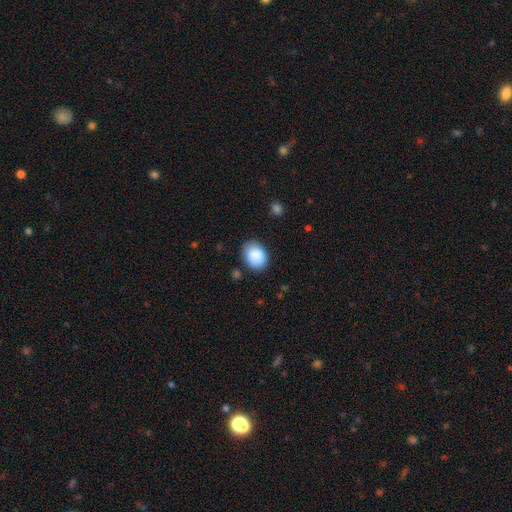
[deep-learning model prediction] A smooth galaxy with no disk features (88%) that is in between round and cigar-shaped (61%).

Vote fractions:
- Smooth or featured? smooth: 88% / star or artifact: 7% / featured or disk: 5%
- How rounded? in between: 61% / round: 39% / cigar-shaped: 1%
- Merging? none: 80% / minor disturbance: 15% / major disturbance: 4% / merger: 2%